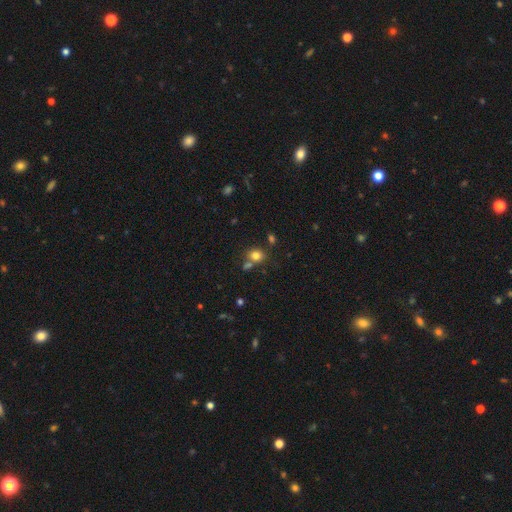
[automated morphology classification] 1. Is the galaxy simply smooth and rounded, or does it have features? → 79% smooth, 14% star or artifact, 7% featured or disk.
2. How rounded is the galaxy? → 65% round, 34% in between, 1% cigar-shaped.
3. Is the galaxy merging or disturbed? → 63% none, 21% merger, 11% minor disturbance, 4% major disturbance.